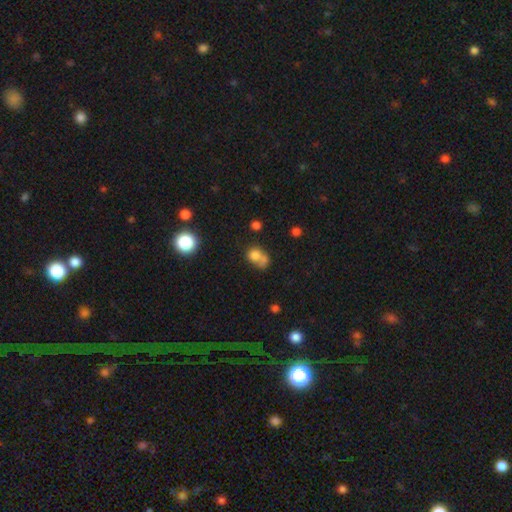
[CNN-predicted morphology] This appears to be a smooth galaxy with no disk features (74%) that is round (64%). Merging: merger (51%).